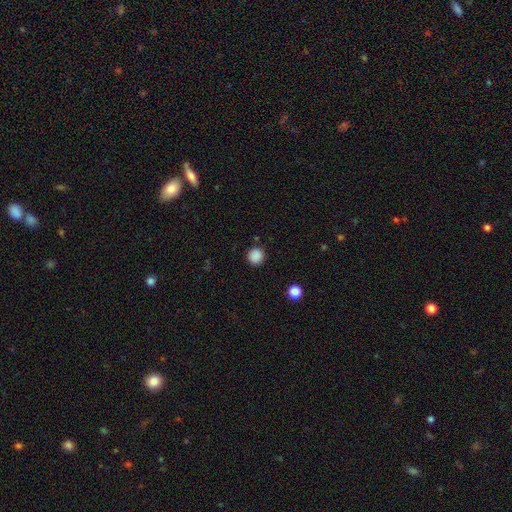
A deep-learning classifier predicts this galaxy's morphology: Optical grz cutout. It shows a smooth galaxy with no disk features (87%) that is round (93%). Merging: none (89%).